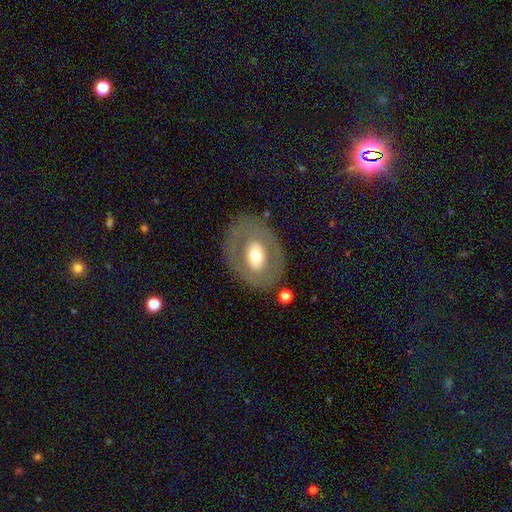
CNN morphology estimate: This appears to be a featured or disk galaxy (48%). Merging: none (78%).